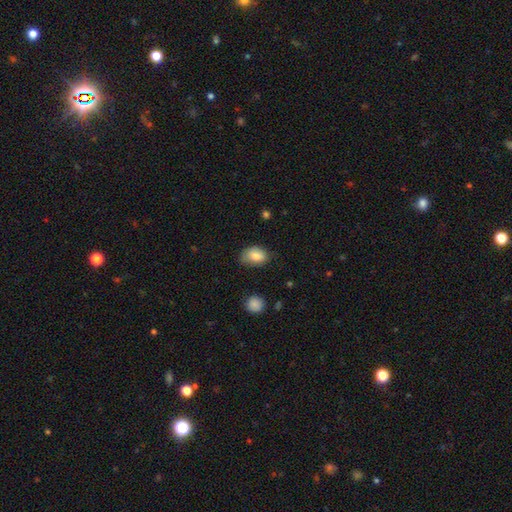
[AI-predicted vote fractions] smooth-or-featured: smooth: 82% | featured or disk: 10% | star or artifact: 8%
  how-rounded: in between: 78% | round: 20% | cigar-shaped: 1%
  merging: none: 61% | minor disturbance: 31% | major disturbance: 7% | merger: 2%